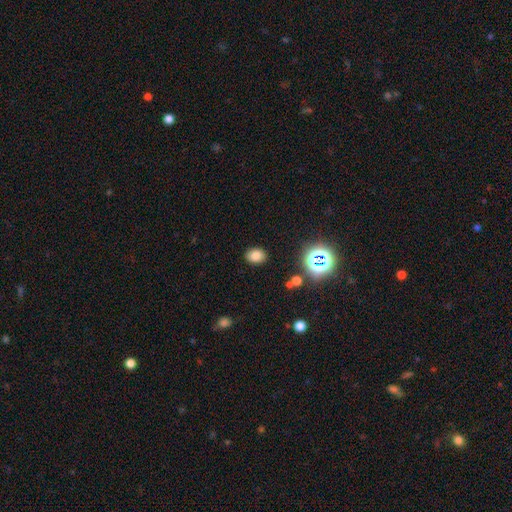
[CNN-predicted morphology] smooth_or_featured: smooth (p=0.78) [alt: star or artifact p=0.16]
how_rounded: in between (p=0.65) [alt: round p=0.34]
merging: none (p=0.87) [alt: minor disturbance p=0.08]